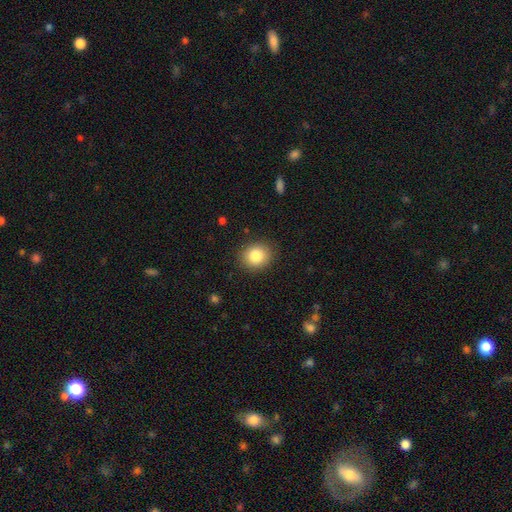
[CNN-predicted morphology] Smooth or featured? smooth (84%)
How rounded? round (78%)
Merging? none (89%)